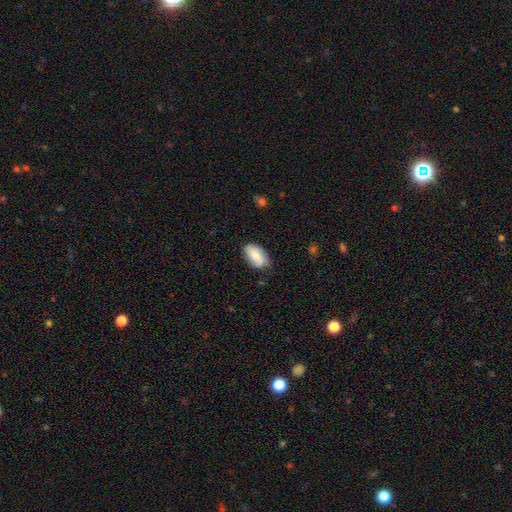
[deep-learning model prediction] Smooth or featured?
  - smooth: 68% *
  - featured or disk: 25%
  - star or artifact: 7%
How rounded?
  - in between: 93% *
  - round: 4%
  - cigar-shaped: 3%
Merging?
  - none: 71% *
  - minor disturbance: 23%
  - major disturbance: 4%
  - merger: 2%